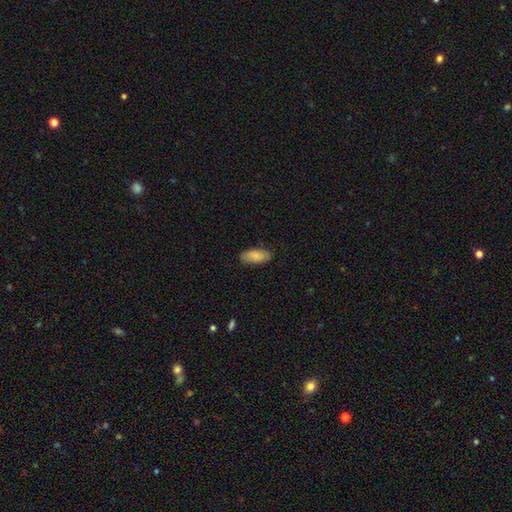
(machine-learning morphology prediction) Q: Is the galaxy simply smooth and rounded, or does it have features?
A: smooth — 81%.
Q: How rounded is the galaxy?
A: in between — 89%.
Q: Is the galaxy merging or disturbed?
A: none — 80%.